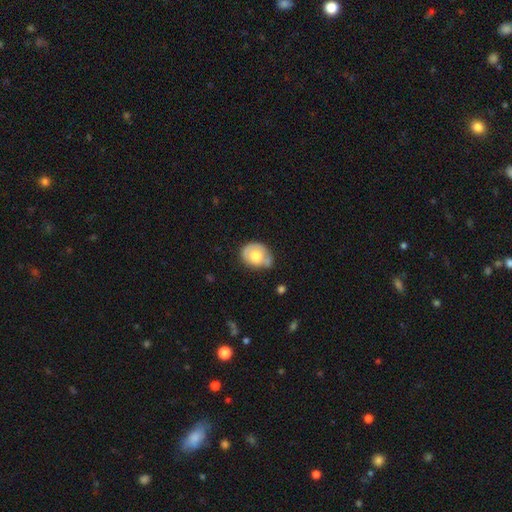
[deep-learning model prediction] A smooth galaxy with no disk features (58%) that is round (53%).

Vote fractions:
- Smooth or featured? smooth: 58% / featured or disk: 36% / star or artifact: 6%
- How rounded? round: 53% / in between: 46% / cigar-shaped: 1%
- Merging? none: 46% / minor disturbance: 34% / major disturbance: 12% / merger: 8%